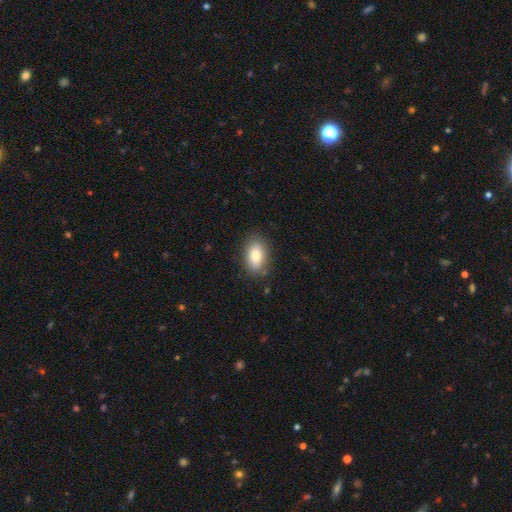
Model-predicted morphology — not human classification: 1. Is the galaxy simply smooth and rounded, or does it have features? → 81% smooth, 12% featured or disk, 8% star or artifact.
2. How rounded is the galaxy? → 90% in between, 8% round, 3% cigar-shaped.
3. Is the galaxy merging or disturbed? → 83% none, 13% minor disturbance, 3% major disturbance, 1% merger.